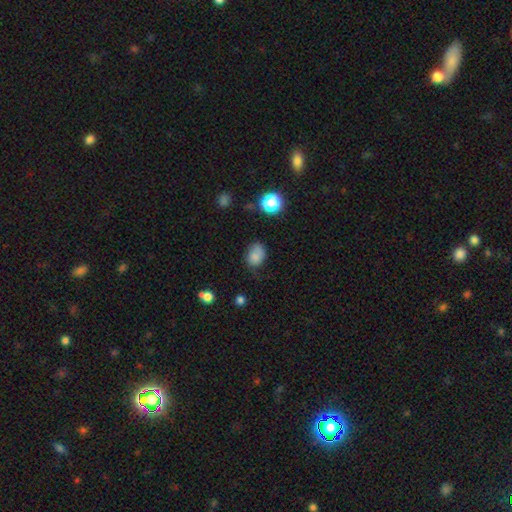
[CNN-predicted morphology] Overall: smooth (78%). How rounded: in between (65%; round 34%). Merging: none (52%; minor disturbance 33%).